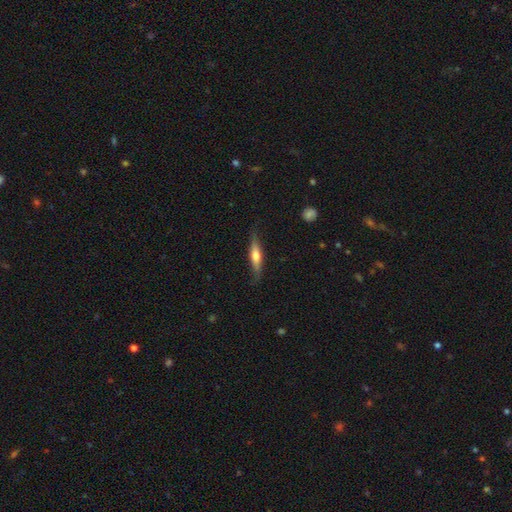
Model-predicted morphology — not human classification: A featured or disk galaxy (51%) viewed edge-on (91%).

Vote fractions:
- Smooth or featured? featured or disk: 51% / smooth: 43% / star or artifact: 6%
- Edge-on disk? yes: 91% / no: 9%
- Merging? none: 76% / minor disturbance: 18% / major disturbance: 4% / merger: 1%